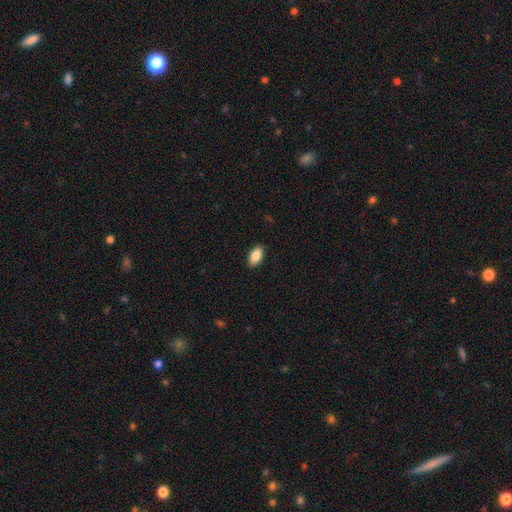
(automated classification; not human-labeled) smooth 86%, star or artifact 7%, featured or disk 7%. Down the decision tree: how rounded — in between (93%); merging — none (90%).